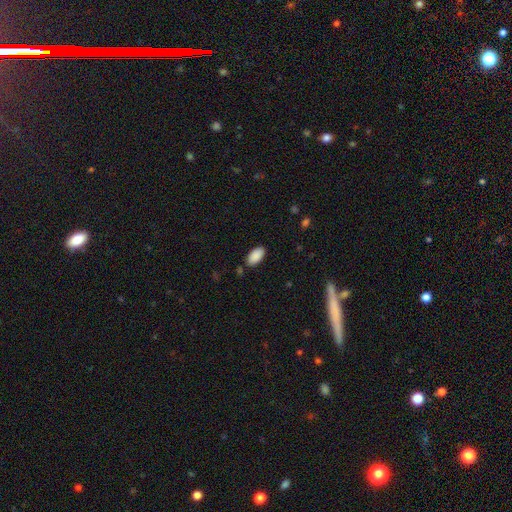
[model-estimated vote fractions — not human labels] Overall: smooth (90%). How rounded: in between (95%). Merging: none (85%).